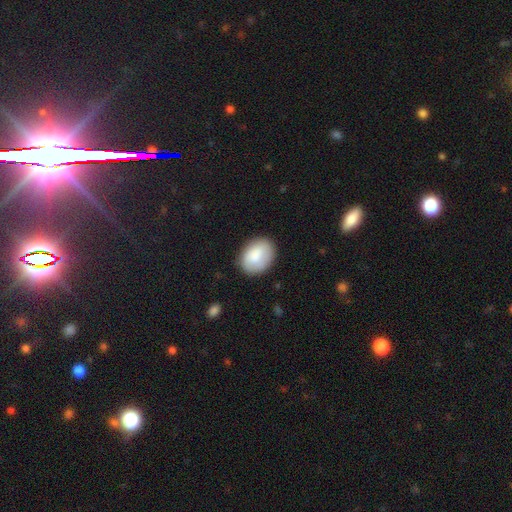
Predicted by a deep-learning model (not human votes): A smooth galaxy with no disk features (83%) that is in between round and cigar-shaped (67%). Merging: none (80%).